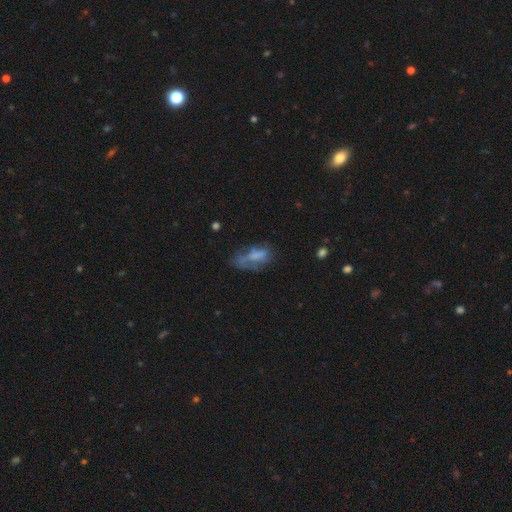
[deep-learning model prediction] Smooth or featured? Predicted: smooth (p=0.57). How rounded? Predicted: in between (p=0.75). Merging? Predicted: none (p=0.34).